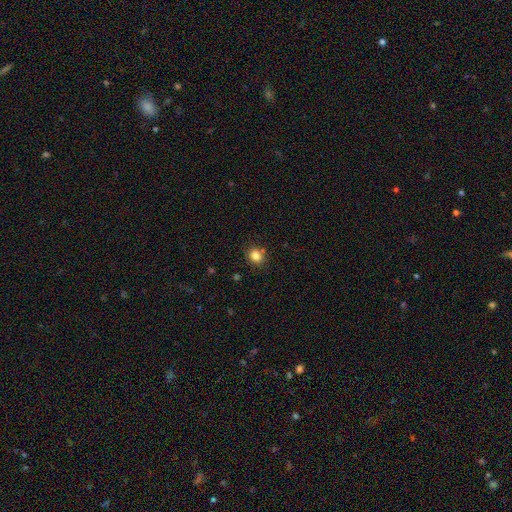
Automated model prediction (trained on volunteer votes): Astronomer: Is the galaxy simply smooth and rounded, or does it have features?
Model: smooth — 82%.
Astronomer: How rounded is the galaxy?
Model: round — 66%.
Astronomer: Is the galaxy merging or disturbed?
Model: none — 78%.